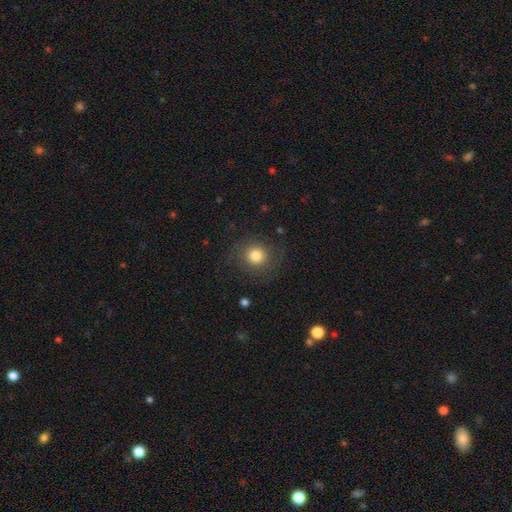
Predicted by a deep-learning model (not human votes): Smooth or featured? Predicted: smooth (p=0.79). How rounded? Predicted: round (p=0.90). Merging? Predicted: none (p=0.81).